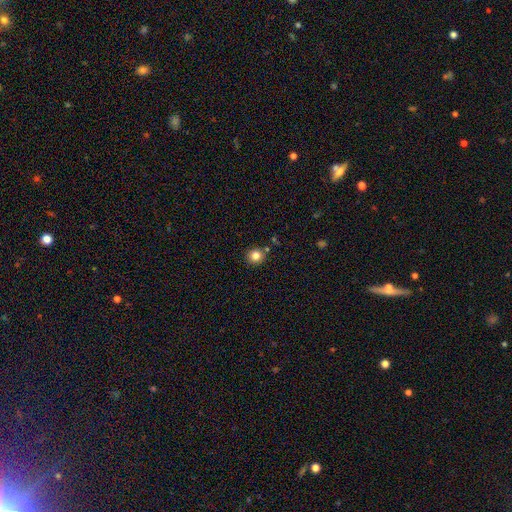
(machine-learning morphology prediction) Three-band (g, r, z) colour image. It shows a smooth galaxy with no disk features (82%) that is round (90%). Merging: none (87%).